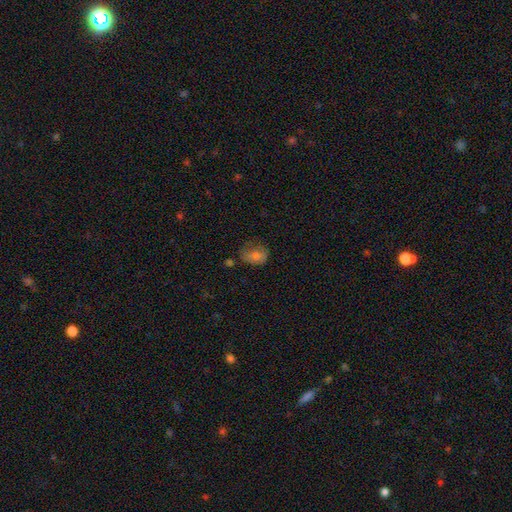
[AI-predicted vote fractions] This appears to be a smooth galaxy with no disk features (65%) that is in between round and cigar-shaped (60%). Merging: none (48%).